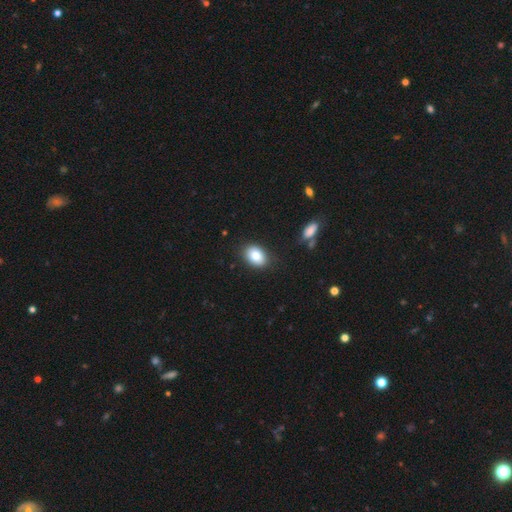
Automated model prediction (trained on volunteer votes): Q: Smooth or featured?
A: smooth (85%); runner-up: star or artifact (8%)
Q: How rounded?
A: in between (81%); runner-up: round (18%)
Q: Merging?
A: none (85%); runner-up: minor disturbance (11%)